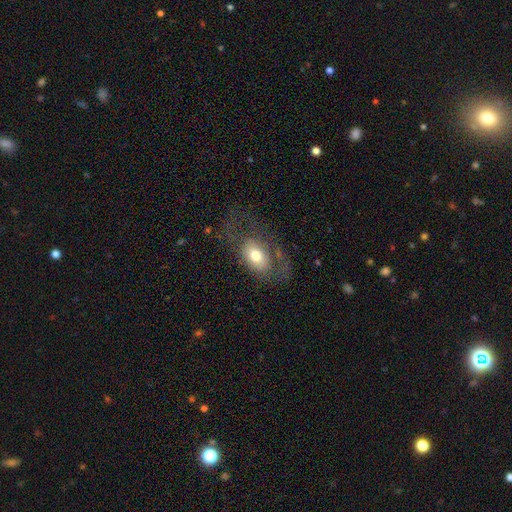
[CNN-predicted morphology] Smooth or featured: smooth — 62% (featured or disk — 29%)
How rounded: in between — 84% (round — 15%)
Merging: none — 43% (major disturbance — 34%)